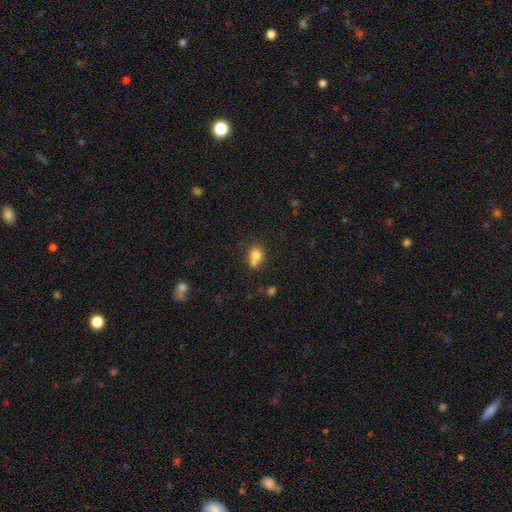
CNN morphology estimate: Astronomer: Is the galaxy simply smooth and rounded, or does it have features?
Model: smooth — 77%.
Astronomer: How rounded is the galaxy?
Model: round — 69%.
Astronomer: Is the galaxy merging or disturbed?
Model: merger — 45% (runner-up: none, 40%).